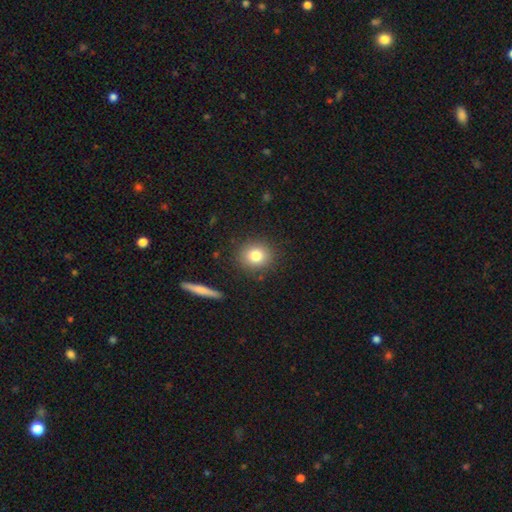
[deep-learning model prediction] This is clearly a smooth galaxy (80%). How rounded: clearly round (80%). Merging: clearly none (88%).